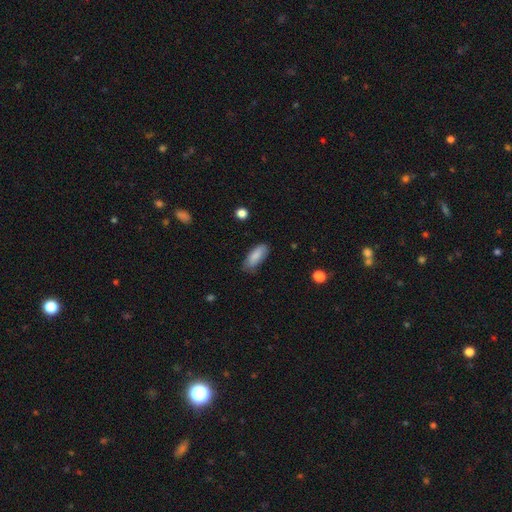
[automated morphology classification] Smooth or featured? Predicted: smooth (p=0.85). How rounded? Predicted: in between (p=0.74). Merging? Predicted: none (p=0.76).